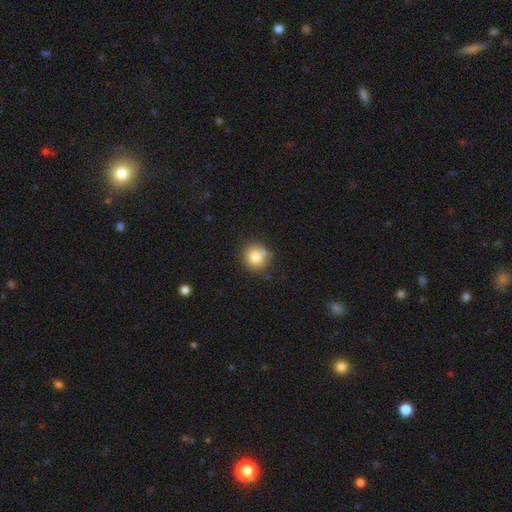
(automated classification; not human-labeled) smooth 80%, star or artifact 10%, featured or disk 10%. Down the decision tree: how rounded — round (89%); merging — none (73%).